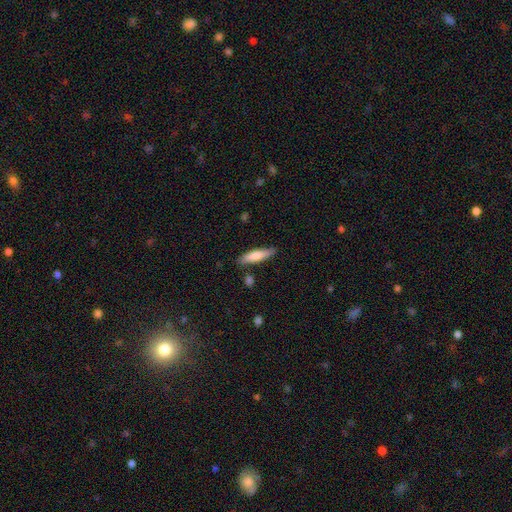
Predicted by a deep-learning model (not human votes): smooth 74%, featured or disk 20%, star or artifact 6%. Down the decision tree: how rounded — cigar-shaped (75%); merging — none (83%).